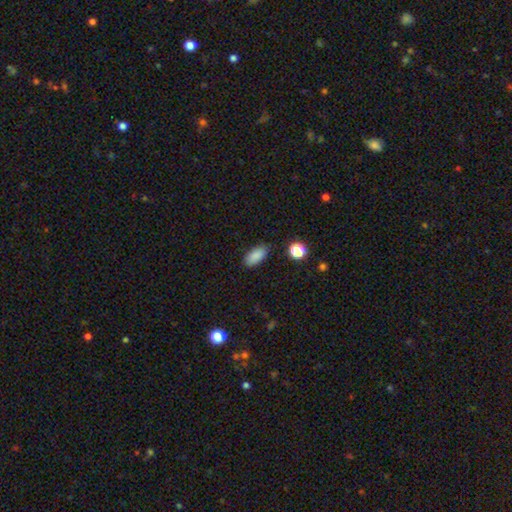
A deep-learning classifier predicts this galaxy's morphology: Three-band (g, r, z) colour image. It shows a smooth galaxy with no disk features (86%) that is in between round and cigar-shaped (89%). Merging: none (83%).